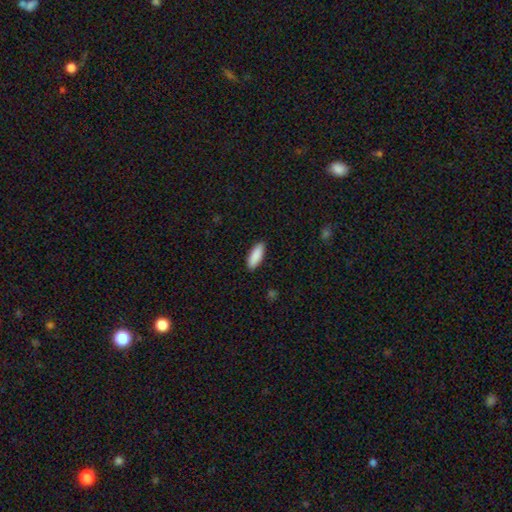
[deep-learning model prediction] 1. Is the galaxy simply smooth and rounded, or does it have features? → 90% smooth, 6% star or artifact, 4% featured or disk.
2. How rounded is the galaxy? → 67% in between, 31% cigar-shaped, 2% round.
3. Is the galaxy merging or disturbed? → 89% none, 8% minor disturbance, 2% major disturbance, 1% merger.